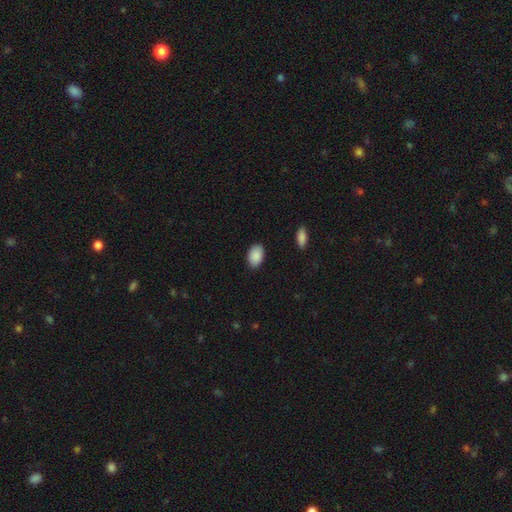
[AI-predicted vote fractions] This appears to be a smooth galaxy with no disk features (90%) that is in between round and cigar-shaped (90%). Merging: none (87%).